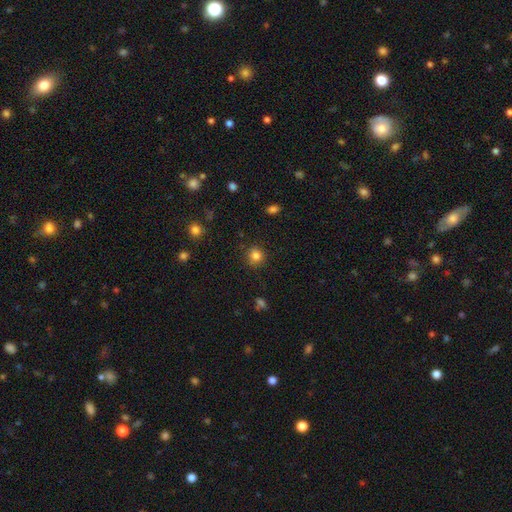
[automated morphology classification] smooth_or_featured: smooth (p=0.83) [alt: star or artifact p=0.12]
how_rounded: round (p=0.86) [alt: in between p=0.13]
merging: none (p=0.86) [alt: minor disturbance p=0.10]